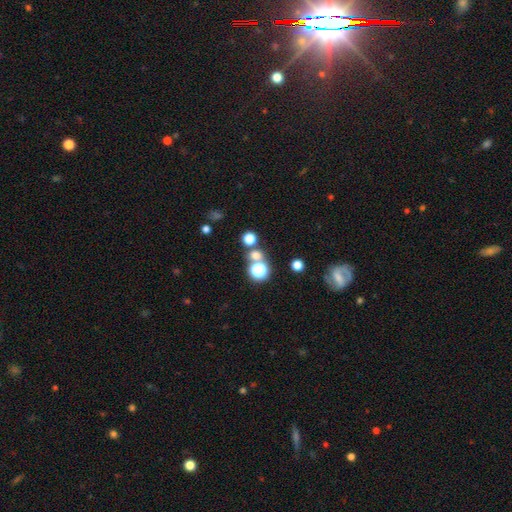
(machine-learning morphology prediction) This is possibly a smooth galaxy (58%). How rounded: clearly round (86%). Merging: likely none (64%).